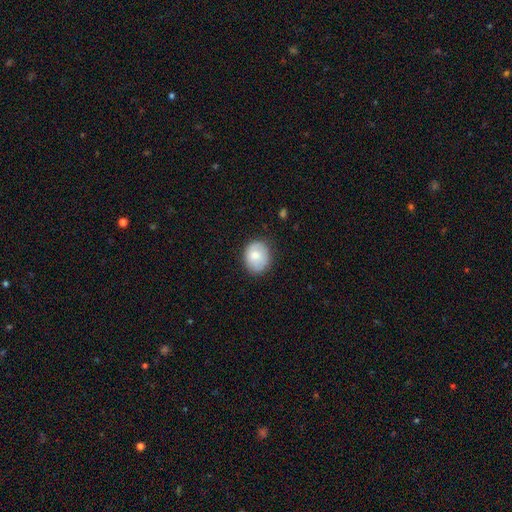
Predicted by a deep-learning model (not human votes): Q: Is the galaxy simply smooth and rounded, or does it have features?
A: smooth — 73%.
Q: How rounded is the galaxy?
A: round — 61%.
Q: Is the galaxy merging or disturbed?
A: none — 79%.